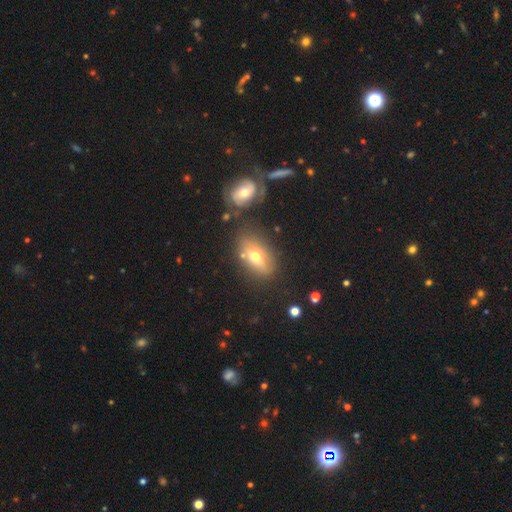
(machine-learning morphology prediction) This appears to be a smooth galaxy with no disk features (58%) that is in between round and cigar-shaped (84%). Merging: none (65%).